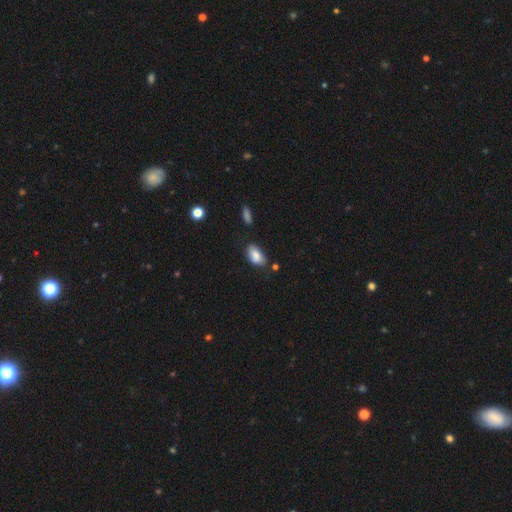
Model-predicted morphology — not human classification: Smooth or featured?
  - smooth: 84% *
  - featured or disk: 8%
  - star or artifact: 7%
How rounded?
  - in between: 92% *
  - round: 4%
  - cigar-shaped: 4%
Merging?
  - none: 63% *
  - minor disturbance: 25%
  - merger: 6%
  - major disturbance: 6%